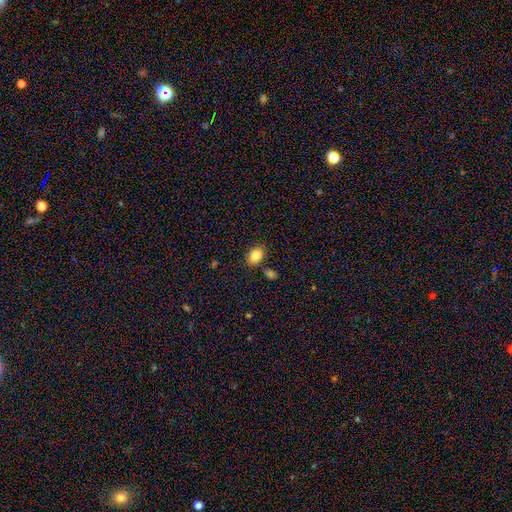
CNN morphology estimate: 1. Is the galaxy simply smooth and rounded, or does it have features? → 85% smooth, 9% star or artifact, 6% featured or disk.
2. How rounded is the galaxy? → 62% in between, 37% round, 1% cigar-shaped.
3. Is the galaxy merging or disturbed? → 79% none, 11% minor disturbance, 6% merger, 3% major disturbance.